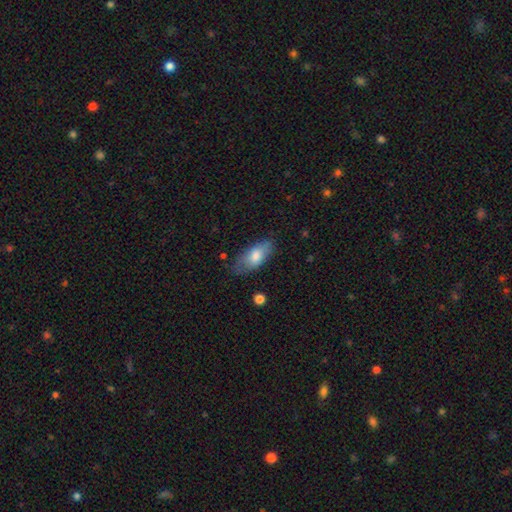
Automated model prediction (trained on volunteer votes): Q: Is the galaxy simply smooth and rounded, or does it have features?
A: smooth — 76%.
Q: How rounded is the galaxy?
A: in between — 84%.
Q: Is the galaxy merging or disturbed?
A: none — 69%.